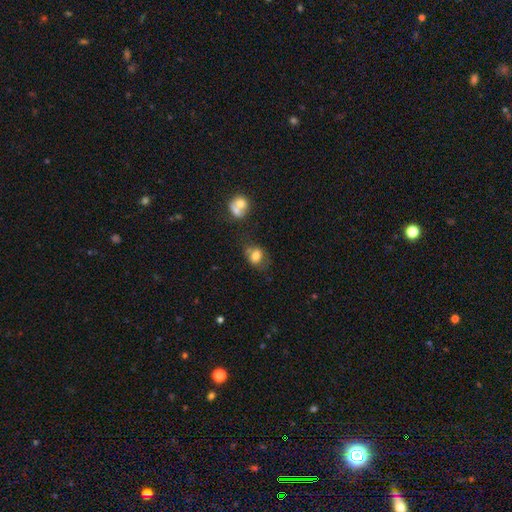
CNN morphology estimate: type=smooth (73%); roundness=in between (61%); merging=none (49%).